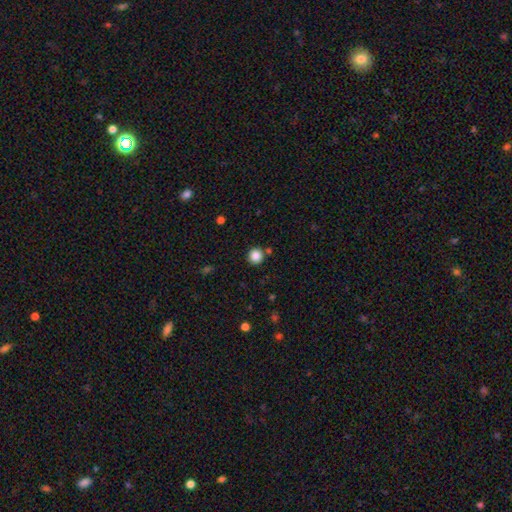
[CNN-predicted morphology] A smooth galaxy with no disk features (86%) that is round (94%). Merging: none (85%).